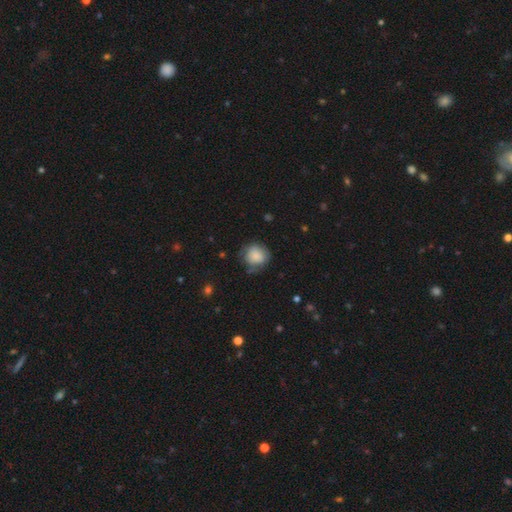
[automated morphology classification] Smooth or featured? smooth (83%)
How rounded? round (85%)
Merging? none (66%)